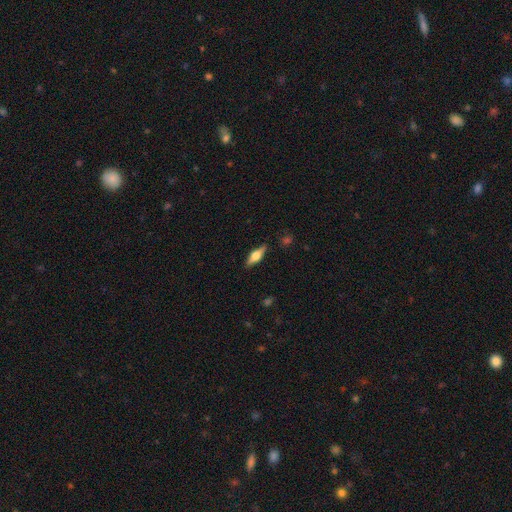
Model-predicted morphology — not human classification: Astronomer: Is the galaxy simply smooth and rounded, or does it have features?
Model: featured or disk — 49% (runner-up: smooth, 45%).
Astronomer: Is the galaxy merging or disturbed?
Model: none — 86%.